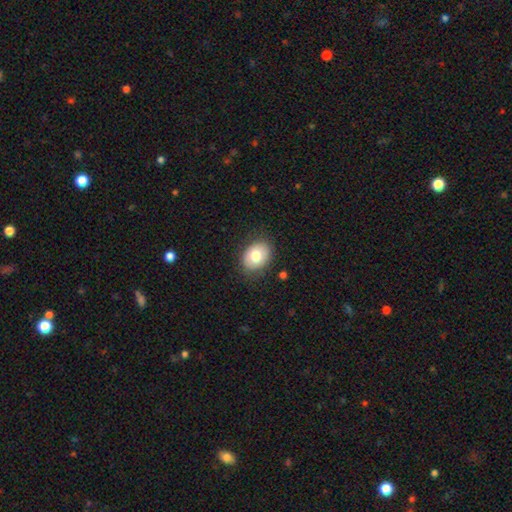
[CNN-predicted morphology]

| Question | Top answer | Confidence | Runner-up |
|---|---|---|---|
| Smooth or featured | smooth | 76% | featured or disk (16%) |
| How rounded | in between | 67% | round (32%) |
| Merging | none | 84% | minor disturbance (12%) |